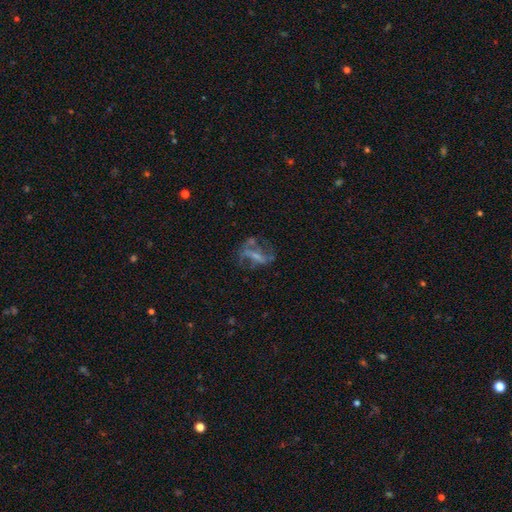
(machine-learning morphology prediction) A featured or disk galaxy (64%) with no bar (36%), spiral arms (54%) and a small central bulge (41%). Merging: none (43%).